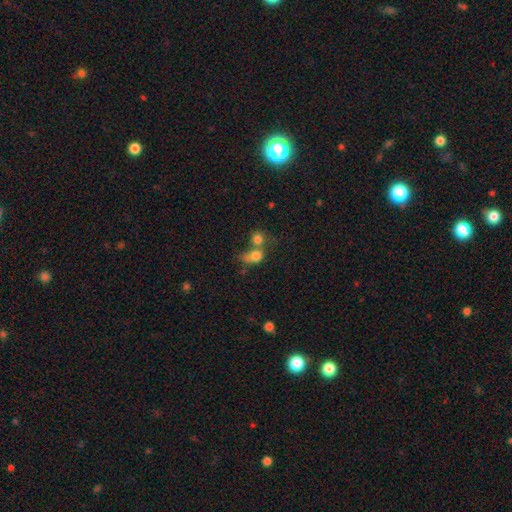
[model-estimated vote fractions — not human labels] A smooth galaxy with no disk features (76%) that is in between round and cigar-shaped (49%, tied with round). Merging: merger (61%).